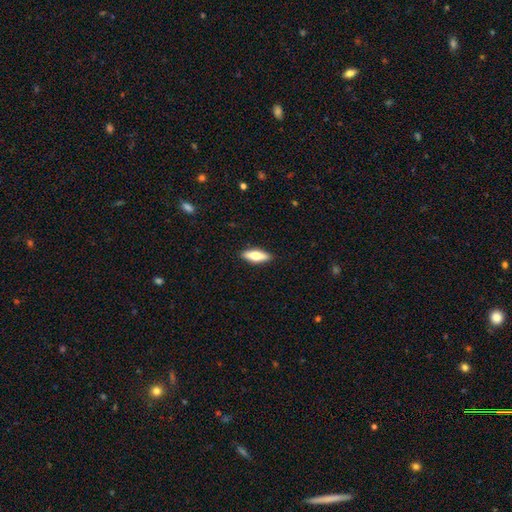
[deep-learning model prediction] Q: Smooth or featured?
A: smooth (63%); runner-up: featured or disk (32%)
Q: How rounded?
A: in between (56%); runner-up: cigar-shaped (41%)
Q: Merging?
A: none (90%); runner-up: minor disturbance (7%)